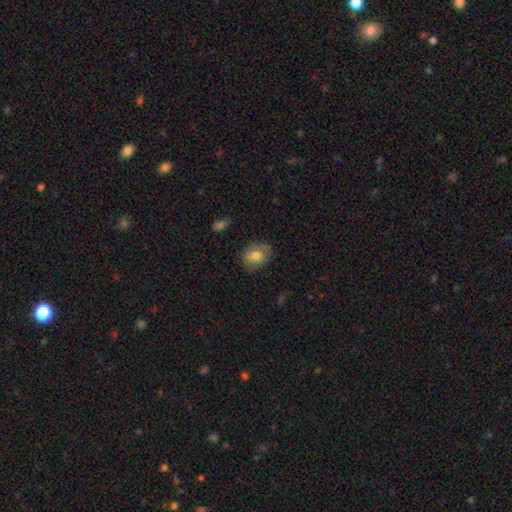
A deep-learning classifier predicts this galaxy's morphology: Smooth or featured? Predicted: smooth (p=0.69). How rounded? Predicted: in between (p=0.55). Merging? Predicted: none (p=0.71).